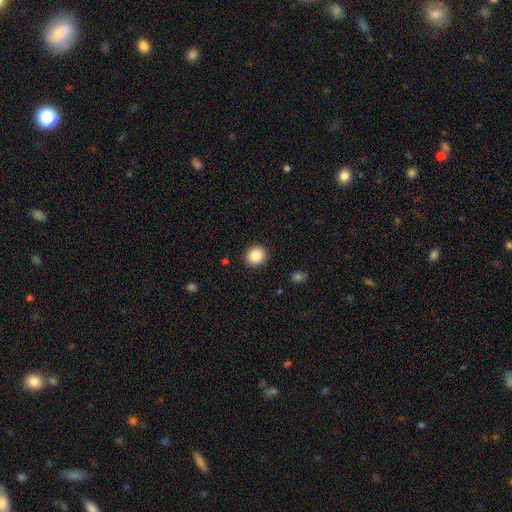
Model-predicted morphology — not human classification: Smooth or featured? Predicted: smooth (p=0.88). How rounded? Predicted: round (p=0.86). Merging? Predicted: none (p=0.91).